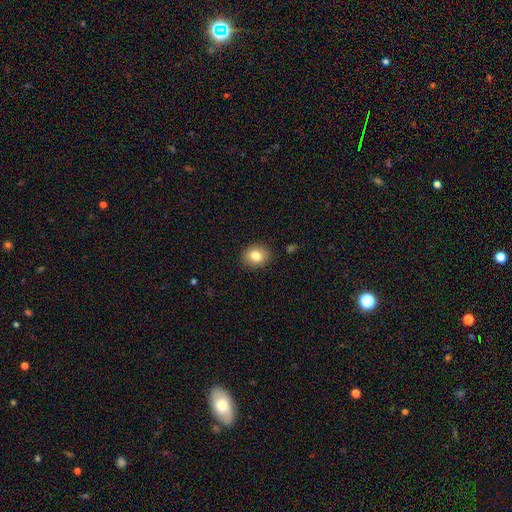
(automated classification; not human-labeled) Smooth or featured: smooth — 82% (star or artifact — 10%)
How rounded: round — 63% (in between — 36%)
Merging: none — 89% (minor disturbance — 8%)